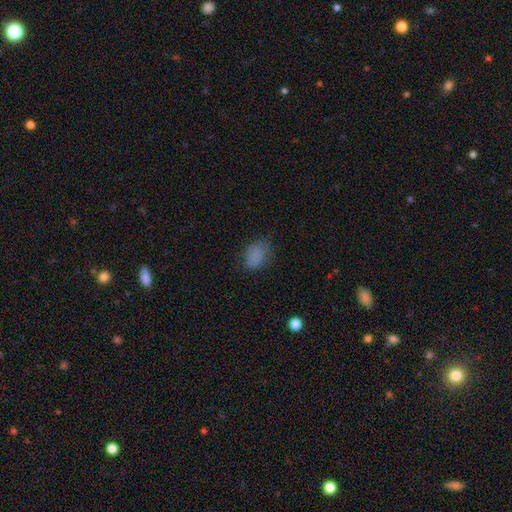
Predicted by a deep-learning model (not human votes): Smooth or featured? Predicted: smooth (p=0.80). How rounded? Predicted: in between (p=0.80). Merging? Predicted: none (p=0.64).